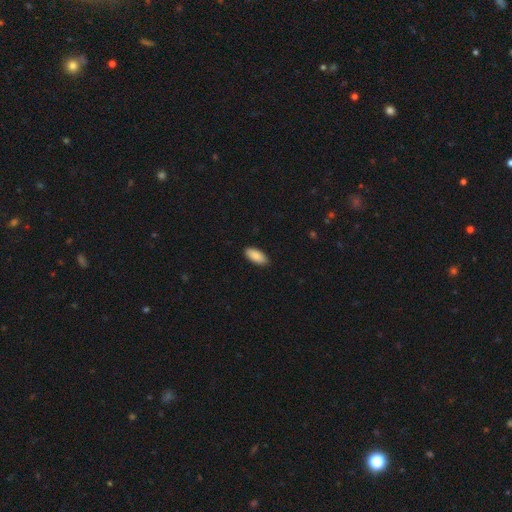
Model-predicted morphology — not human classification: type=smooth (90%); roundness=in between (90%); merging=none (90%).